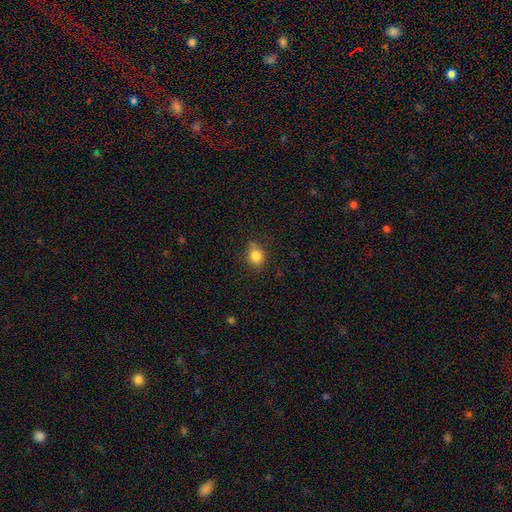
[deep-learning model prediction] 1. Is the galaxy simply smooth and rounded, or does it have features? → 83% smooth, 11% star or artifact, 7% featured or disk.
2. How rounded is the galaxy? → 60% round, 38% in between, 1% cigar-shaped.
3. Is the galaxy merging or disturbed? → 69% none, 23% minor disturbance, 5% major disturbance, 3% merger.